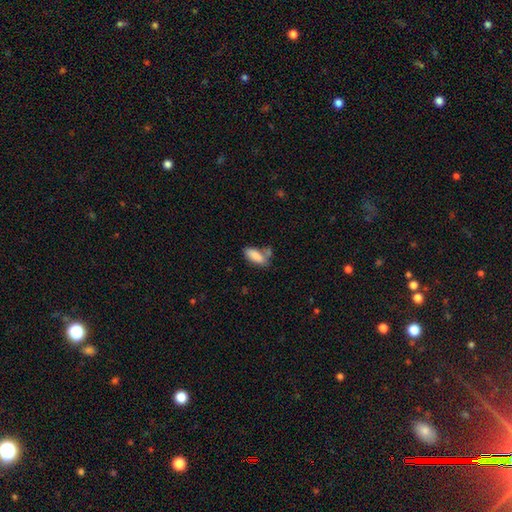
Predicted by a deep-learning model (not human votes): Smooth or featured? Predicted: smooth (p=0.84). How rounded? Predicted: in between (p=0.79). Merging? Predicted: none (p=0.49).